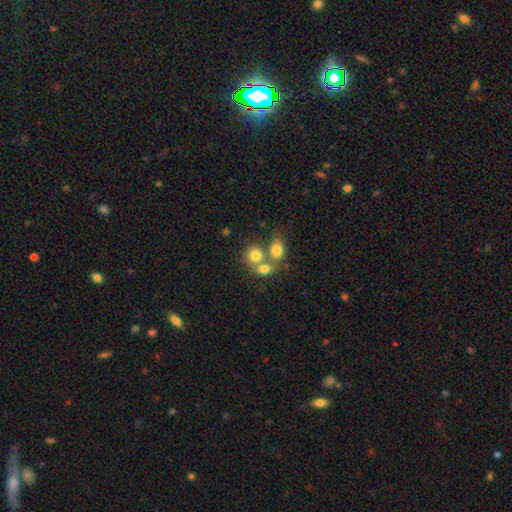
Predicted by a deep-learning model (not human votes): Q: Smooth or featured?
A: smooth (75%); runner-up: featured or disk (13%)
Q: How rounded?
A: round (68%); runner-up: in between (30%)
Q: Merging?
A: merger (51%); runner-up: none (38%)